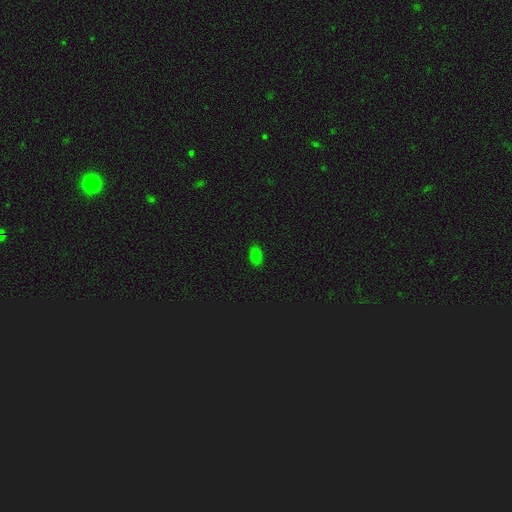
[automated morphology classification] Smooth or featured?
  - smooth: 79% *
  - star or artifact: 16%
  - featured or disk: 4%
How rounded?
  - in between: 91% *
  - round: 7%
  - cigar-shaped: 2%
Merging?
  - none: 85% *
  - minor disturbance: 11%
  - major disturbance: 2%
  - merger: 1%